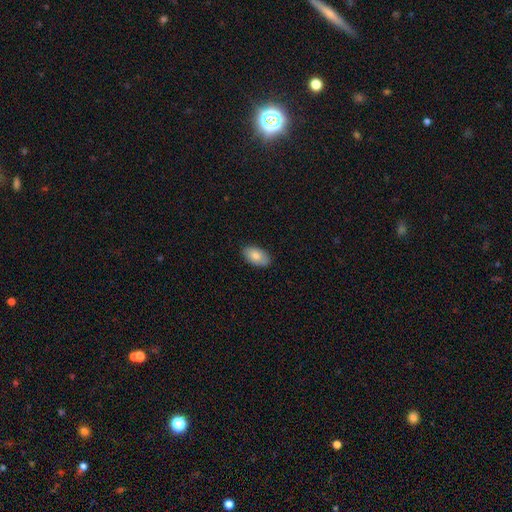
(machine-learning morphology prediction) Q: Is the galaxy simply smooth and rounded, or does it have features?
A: smooth — 83%.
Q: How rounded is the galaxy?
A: in between — 94%.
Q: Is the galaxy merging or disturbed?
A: none — 86%.